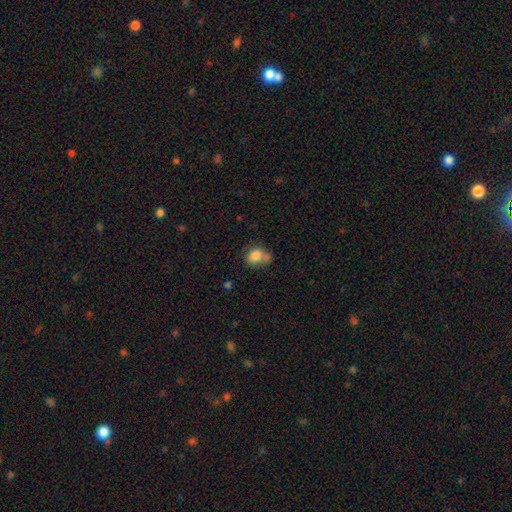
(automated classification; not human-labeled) Smooth or featured? Predicted: smooth (p=0.80). How rounded? Predicted: in between (p=0.60). Merging? Predicted: none (p=0.42).